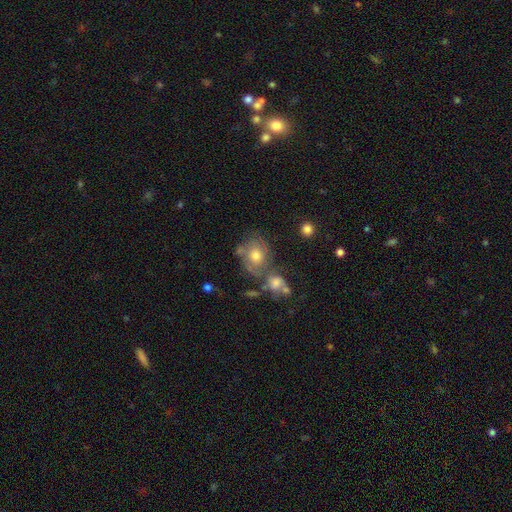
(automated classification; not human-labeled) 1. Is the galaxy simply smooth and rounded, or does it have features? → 48% smooth, 39% featured or disk, 13% star or artifact.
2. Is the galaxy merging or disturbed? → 43% none, 28% merger, 17% minor disturbance, 12% major disturbance.